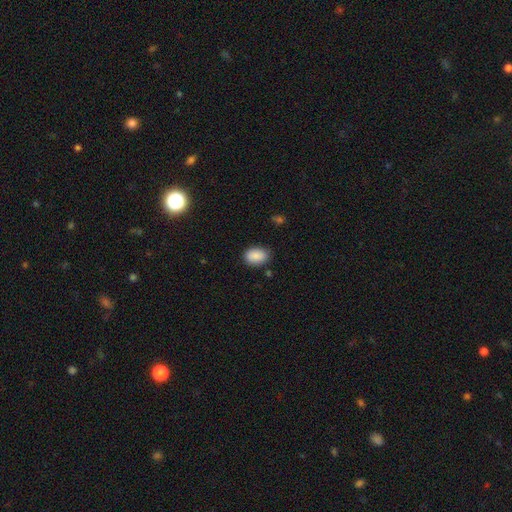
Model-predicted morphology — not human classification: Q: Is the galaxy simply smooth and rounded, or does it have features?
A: smooth — 89%.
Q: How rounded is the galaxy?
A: in between — 85%.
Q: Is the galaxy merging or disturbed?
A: none — 81%.